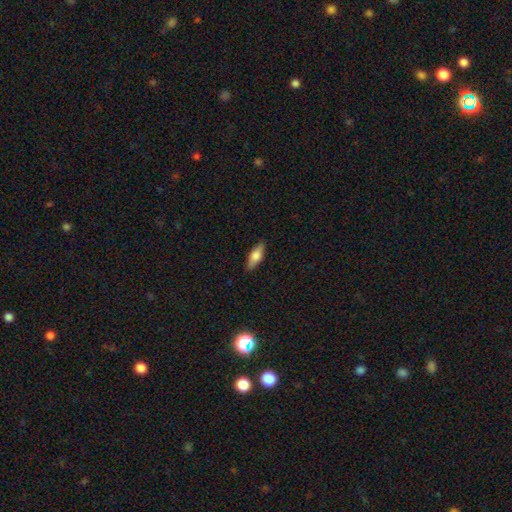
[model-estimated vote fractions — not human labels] Morphology: type=smooth (69%); roundness=in between (64%); merging=none (87%).